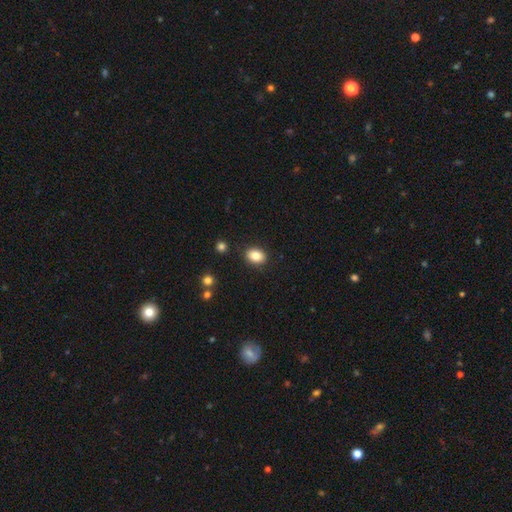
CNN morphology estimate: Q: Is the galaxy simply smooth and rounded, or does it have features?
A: smooth — 84%.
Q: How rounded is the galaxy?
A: in between — 69%.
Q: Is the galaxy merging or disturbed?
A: none — 88%.